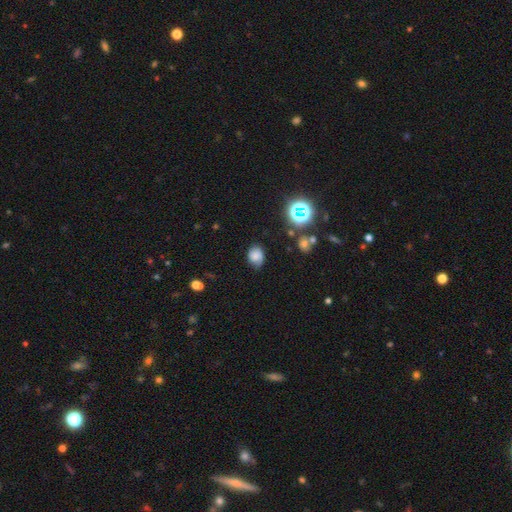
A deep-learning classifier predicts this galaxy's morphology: Smooth or featured? smooth (66%)
How rounded? in between (52%)
Merging? none (65%)